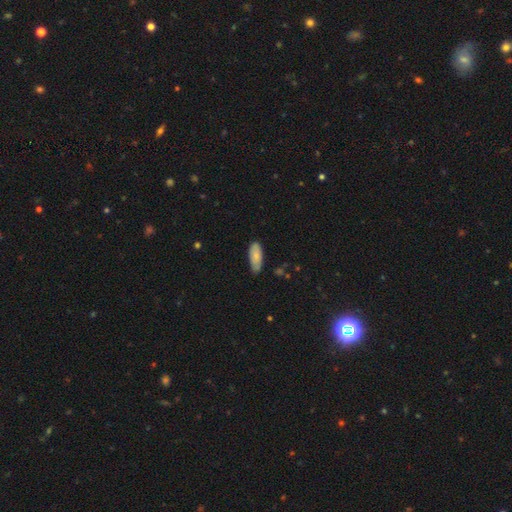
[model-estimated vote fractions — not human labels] A smooth galaxy with no disk features (82%) that is in between round and cigar-shaped (78%). Merging: none (74%).